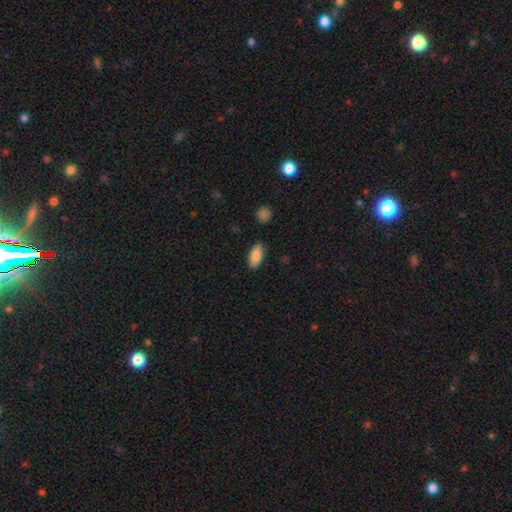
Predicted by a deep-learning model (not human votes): Morphology: type=smooth (86%); roundness=in between (91%); merging=none (85%).